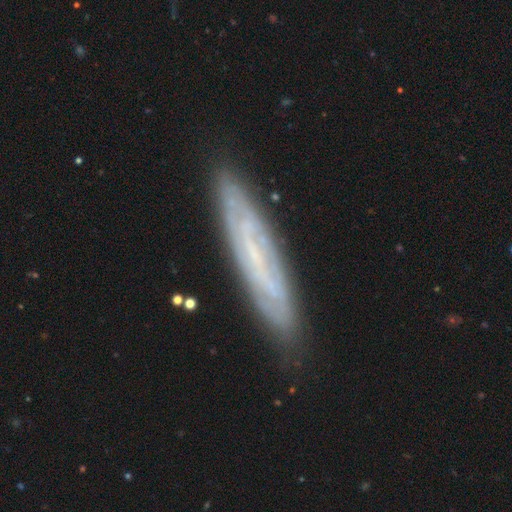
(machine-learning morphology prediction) Smooth or featured?
  - featured or disk: 69% *
  - smooth: 24%
  - star or artifact: 8%
Edge-on disk?
  - no: 51% *
  - yes: 49%
Merging?
  - none: 83% *
  - minor disturbance: 13%
  - major disturbance: 3%
  - merger: 2%